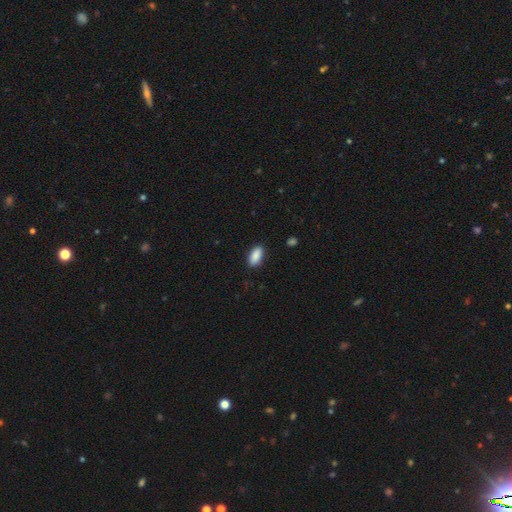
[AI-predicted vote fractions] Q: Smooth or featured?
A: smooth (90%); runner-up: star or artifact (7%)
Q: How rounded?
A: in between (92%); runner-up: cigar-shaped (6%)
Q: Merging?
A: none (88%); runner-up: minor disturbance (9%)